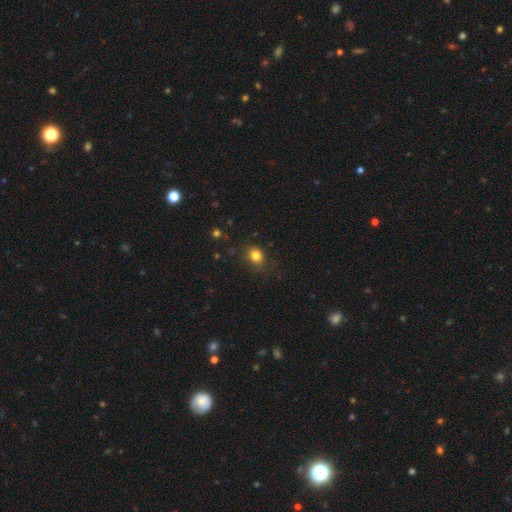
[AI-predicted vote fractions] A smooth galaxy with no disk features (82%) that is round (71%).

Vote fractions:
- Smooth or featured? smooth: 82% / star or artifact: 13% / featured or disk: 6%
- How rounded? round: 71% / in between: 28% / cigar-shaped: 1%
- Merging? none: 78% / minor disturbance: 16% / major disturbance: 5% / merger: 1%